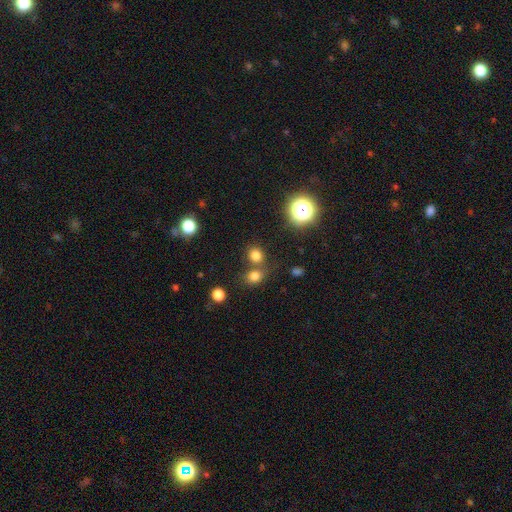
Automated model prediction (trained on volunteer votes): Smooth or featured?
  - smooth: 75% *
  - star or artifact: 19%
  - featured or disk: 7%
How rounded?
  - round: 79% *
  - in between: 20%
  - cigar-shaped: 1%
Merging?
  - none: 65% *
  - merger: 23%
  - minor disturbance: 8%
  - major disturbance: 3%